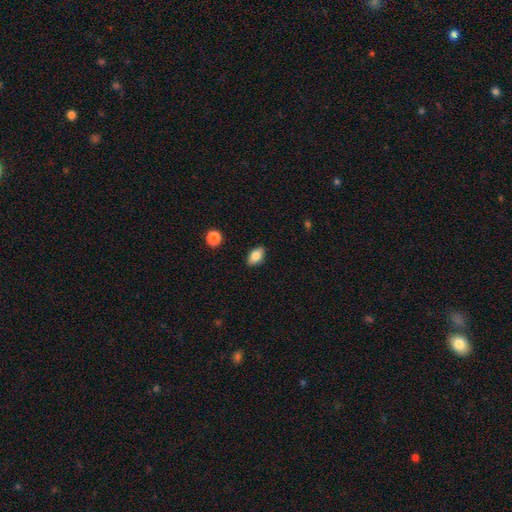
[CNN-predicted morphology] Smooth or featured?
  - smooth: 83% *
  - featured or disk: 9%
  - star or artifact: 8%
How rounded?
  - in between: 89% *
  - round: 8%
  - cigar-shaped: 3%
Merging?
  - none: 87% *
  - minor disturbance: 10%
  - major disturbance: 2%
  - merger: 1%